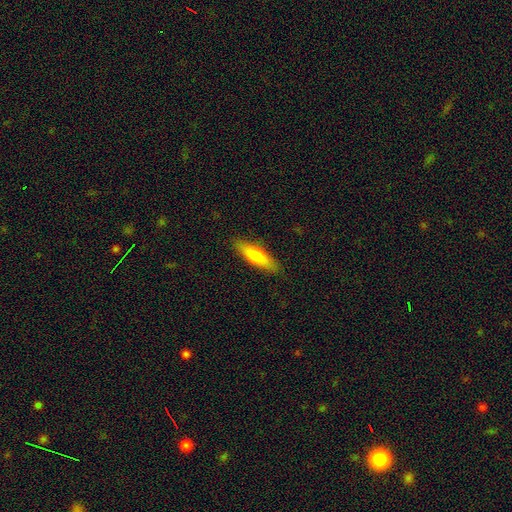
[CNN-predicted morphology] smooth-or-featured: smooth: 78% | featured or disk: 17% | star or artifact: 6%
  how-rounded: cigar-shaped: 65% | in between: 33% | round: 2%
  merging: none: 87% | minor disturbance: 10% | major disturbance: 2% | merger: 1%